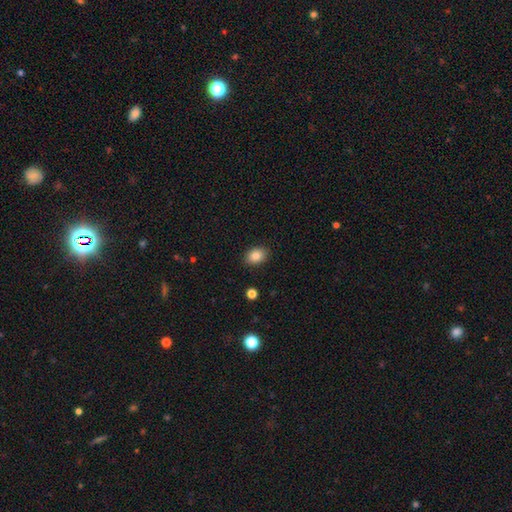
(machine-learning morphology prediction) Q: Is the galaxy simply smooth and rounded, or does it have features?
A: smooth — 84%.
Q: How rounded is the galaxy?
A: in between — 72%.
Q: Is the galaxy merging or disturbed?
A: none — 89%.